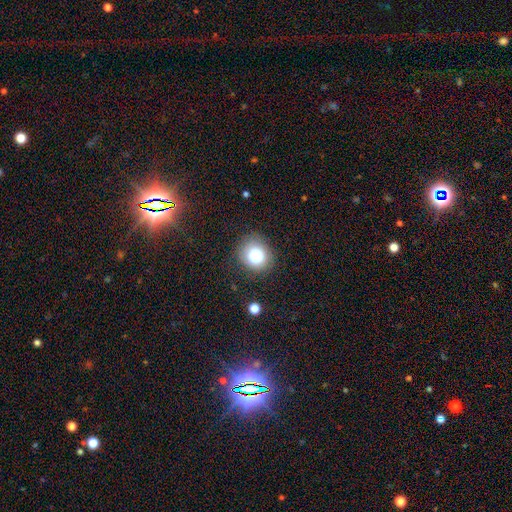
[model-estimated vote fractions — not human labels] Morphology: type=smooth (82%); roundness=round (81%); merging=none (82%).